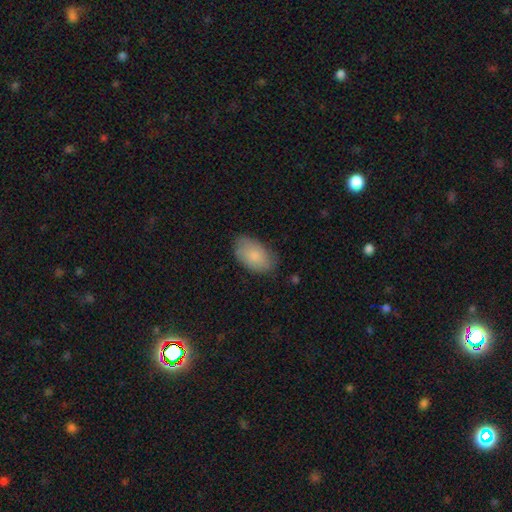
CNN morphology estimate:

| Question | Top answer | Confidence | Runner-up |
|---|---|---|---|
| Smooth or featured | smooth | 80% | featured or disk (15%) |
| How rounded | in between | 93% | round (5%) |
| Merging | none | 74% | minor disturbance (21%) |